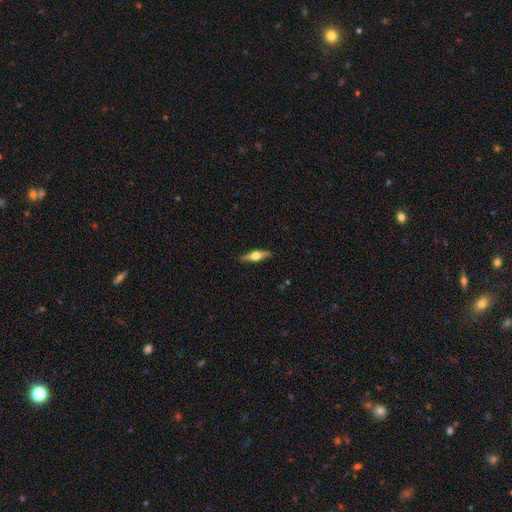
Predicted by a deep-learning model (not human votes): Overall: featured or disk (60%; smooth 34%). Edge-on disk: yes (95%). Edge-on bulge: rounded (94%). Merging: none (89%).